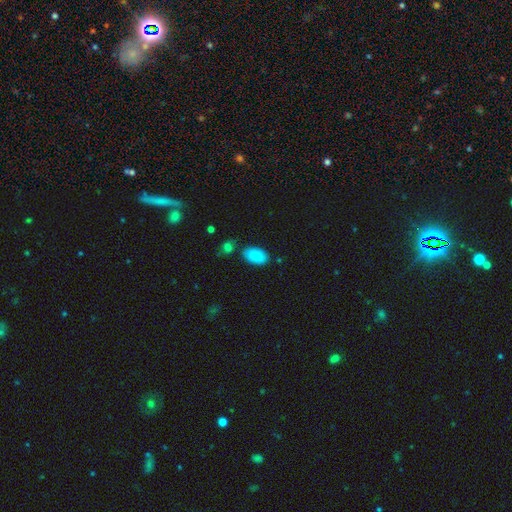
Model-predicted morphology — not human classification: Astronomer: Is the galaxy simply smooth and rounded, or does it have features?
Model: smooth — 89%.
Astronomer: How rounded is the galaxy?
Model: in between — 94%.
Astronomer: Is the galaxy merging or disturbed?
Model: none — 76%.